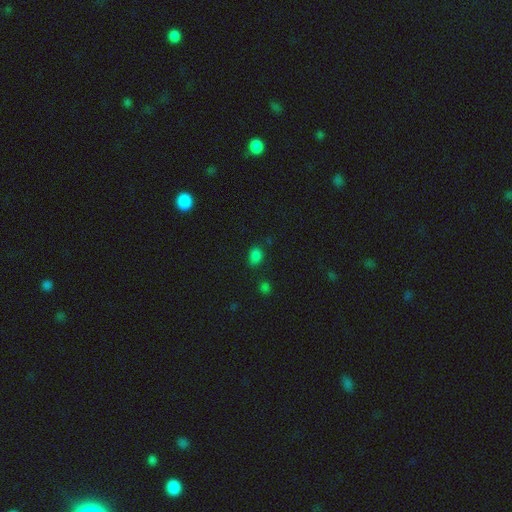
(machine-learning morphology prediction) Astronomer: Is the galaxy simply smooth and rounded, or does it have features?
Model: smooth — 78%.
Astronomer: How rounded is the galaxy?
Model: in between — 75%.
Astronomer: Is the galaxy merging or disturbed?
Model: none — 77%.